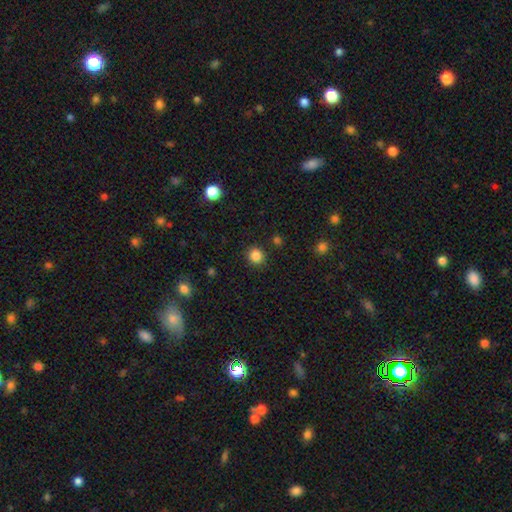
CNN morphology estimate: This is clearly a smooth galaxy (85%). How rounded: clearly round (86%). Merging: clearly none (89%).